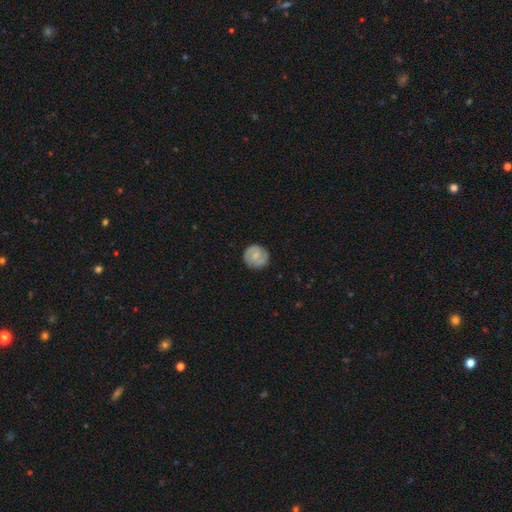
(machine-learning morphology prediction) Q: Smooth or featured?
A: featured or disk (51%); runner-up: smooth (42%)
Q: Edge-on disk?
A: no (98%); runner-up: yes (2%)
Q: Bar?
A: no (52%); runner-up: weak (41%)
Q: Spiral arms?
A: yes (87%); runner-up: no (13%)
Q: Bulge size?
A: small (60%); runner-up: moderate (25%)
Q: Merging?
A: none (83%); runner-up: minor disturbance (13%)